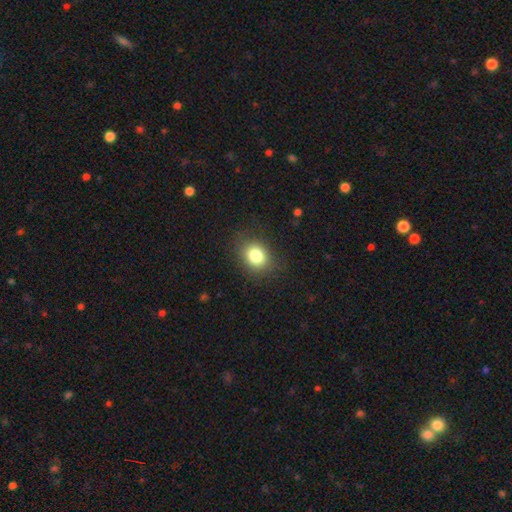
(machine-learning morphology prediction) Smooth or featured?
  - smooth: 80% *
  - star or artifact: 11%
  - featured or disk: 8%
How rounded?
  - round: 57% *
  - in between: 42%
  - cigar-shaped: 1%
Merging?
  - none: 84% *
  - minor disturbance: 11%
  - major disturbance: 4%
  - merger: 1%